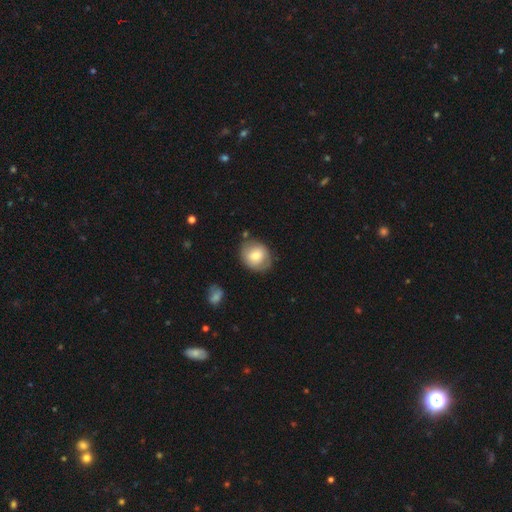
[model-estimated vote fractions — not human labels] This appears to be a smooth galaxy with no disk features (71%) that is round (74%). Merging: none (74%).